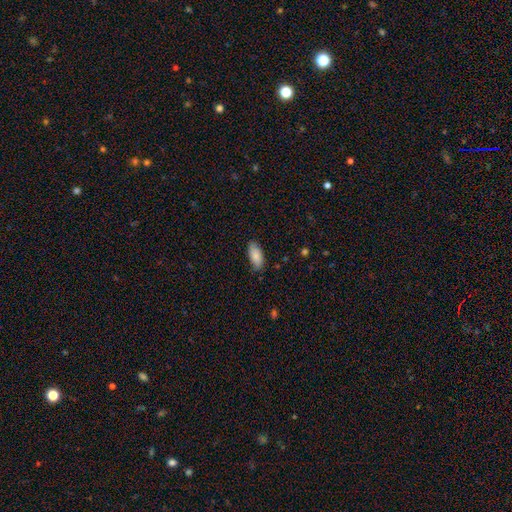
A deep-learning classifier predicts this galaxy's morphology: The model was most divided on "merging": none: 78%, minor disturbance: 18%, major disturbance: 3%, merger: 1%. More confident: how rounded — in between (88%); smooth or featured — smooth (85%).